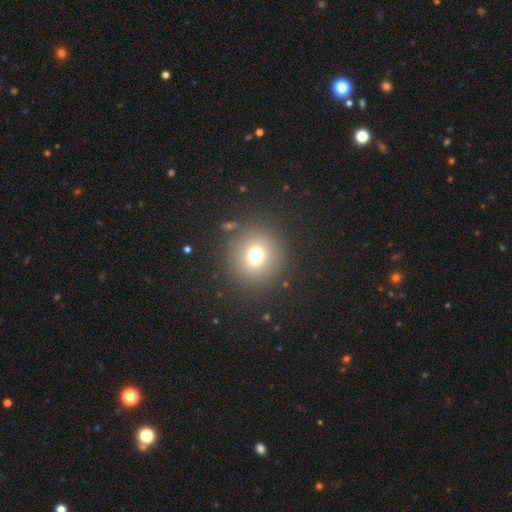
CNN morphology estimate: Overall: smooth (72%). How rounded: round (94%). Merging: none (88%).